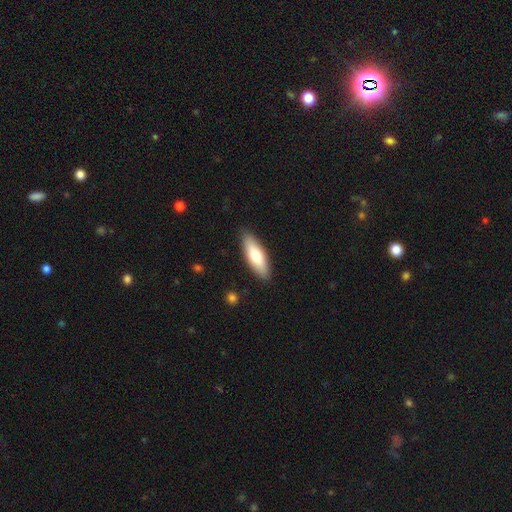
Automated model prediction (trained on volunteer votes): Smooth or featured? Predicted: smooth (p=0.74). How rounded? Predicted: in between (p=0.58). Merging? Predicted: none (p=0.89).